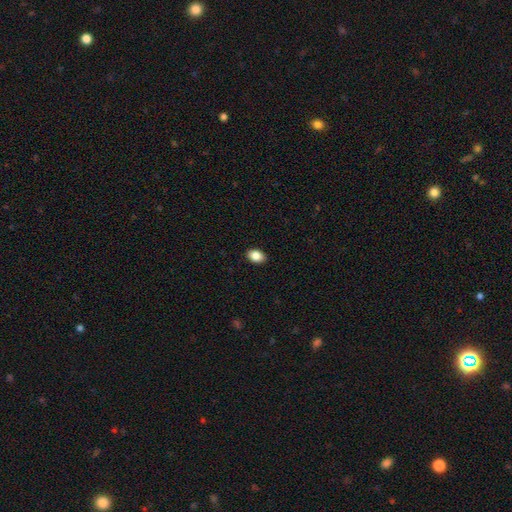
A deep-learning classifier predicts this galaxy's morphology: Smooth or featured: smooth — 86% (star or artifact — 8%)
How rounded: in between — 80% (round — 19%)
Merging: none — 90% (minor disturbance — 7%)